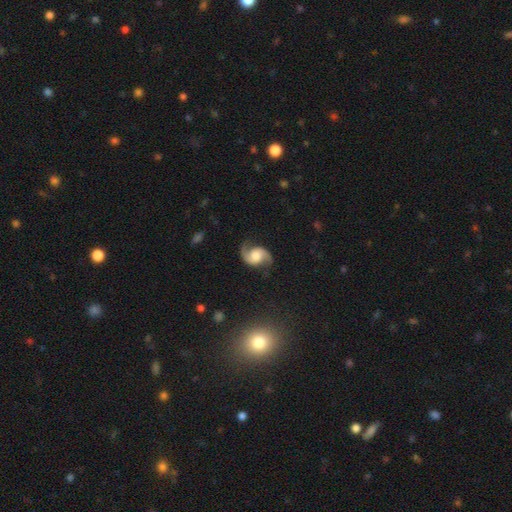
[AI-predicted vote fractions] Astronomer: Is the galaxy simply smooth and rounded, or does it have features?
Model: featured or disk — 88%.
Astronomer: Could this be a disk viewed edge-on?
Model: no — 98%.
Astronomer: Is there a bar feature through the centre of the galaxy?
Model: no — 59%.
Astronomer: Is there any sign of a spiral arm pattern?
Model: yes — 98%.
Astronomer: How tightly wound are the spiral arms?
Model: medium — 47% (runner-up: loose, 42%).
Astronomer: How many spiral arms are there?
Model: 2 — 94%.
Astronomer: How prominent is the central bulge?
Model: moderate — 42% (runner-up: large, 29%).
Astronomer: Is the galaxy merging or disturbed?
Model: none — 79%.